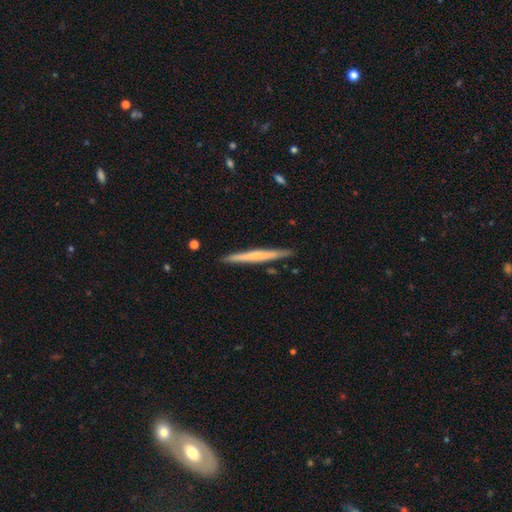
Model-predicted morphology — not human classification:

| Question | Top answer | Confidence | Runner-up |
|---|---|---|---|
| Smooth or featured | smooth | 49% | featured or disk (45%) |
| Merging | none | 90% | minor disturbance (7%) |